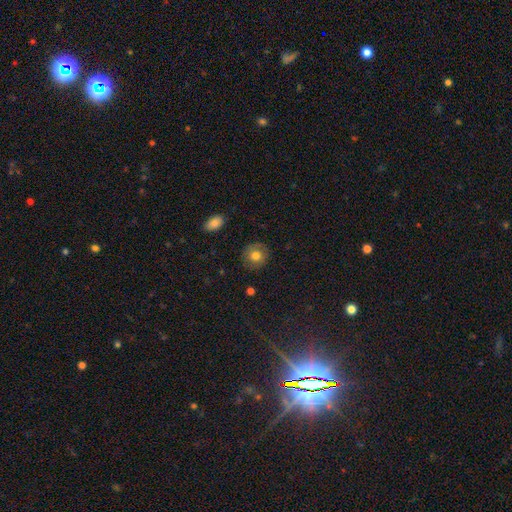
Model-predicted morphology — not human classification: smooth 69%, featured or disk 21%, star or artifact 9%. Down the decision tree: how rounded — round (87%); merging — none (85%).